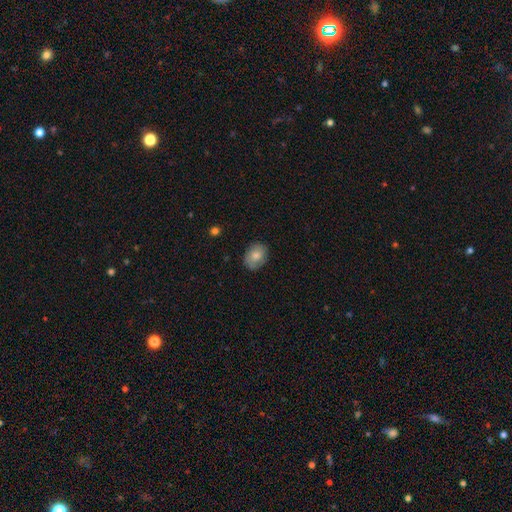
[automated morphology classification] This appears to be a smooth galaxy with no disk features (77%) that is in between round and cigar-shaped (62%). Merging: none (81%).